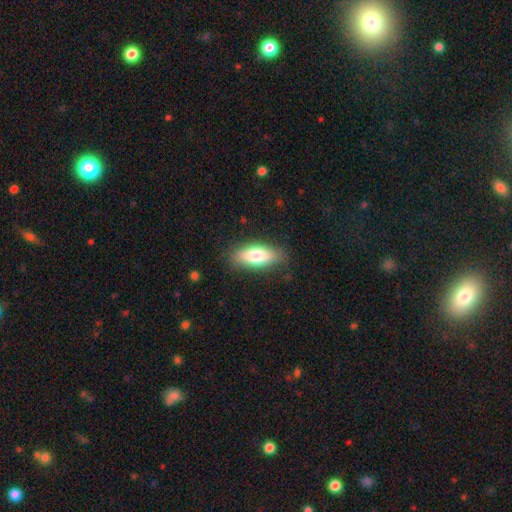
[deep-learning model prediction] This appears to be a smooth galaxy with no disk features (77%) that is in between round and cigar-shaped (76%). Merging: none (84%).